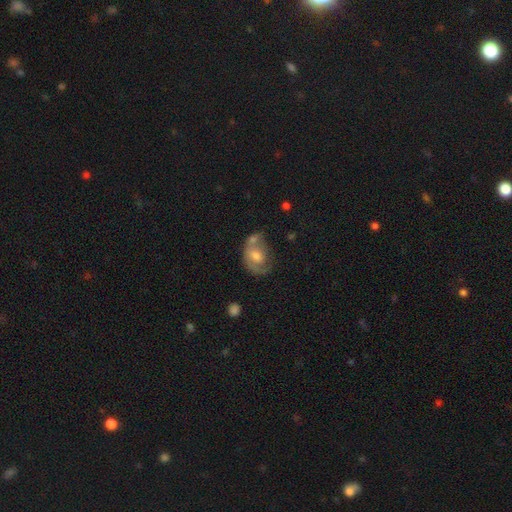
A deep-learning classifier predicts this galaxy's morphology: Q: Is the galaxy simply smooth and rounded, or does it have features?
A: featured or disk — 50%.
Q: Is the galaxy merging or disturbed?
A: none — 36%.